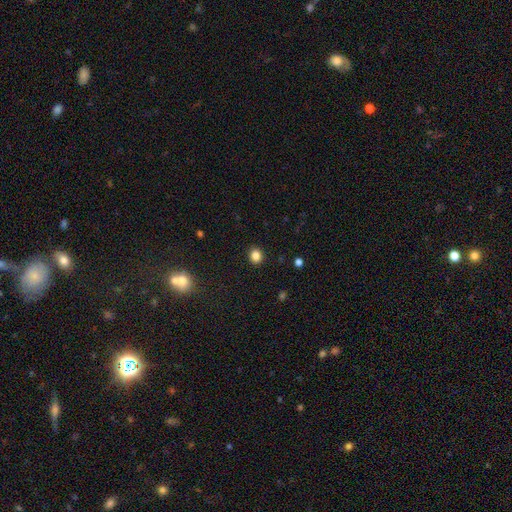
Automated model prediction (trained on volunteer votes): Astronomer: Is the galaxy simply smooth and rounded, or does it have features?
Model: smooth — 84%.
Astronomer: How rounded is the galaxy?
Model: round — 74%.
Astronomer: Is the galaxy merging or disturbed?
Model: none — 91%.